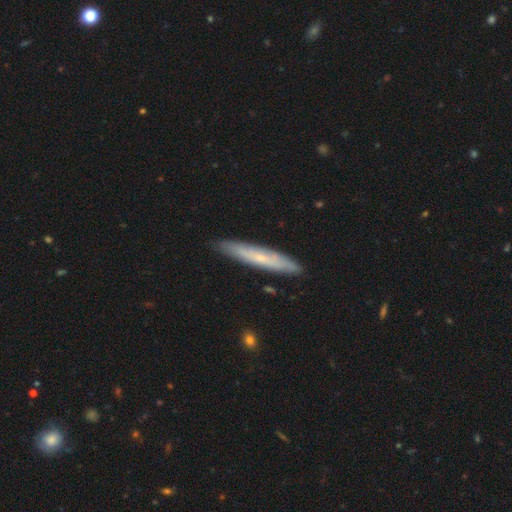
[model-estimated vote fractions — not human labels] Smooth or featured? Predicted: smooth (p=0.48). Merging? Predicted: none (p=0.89).